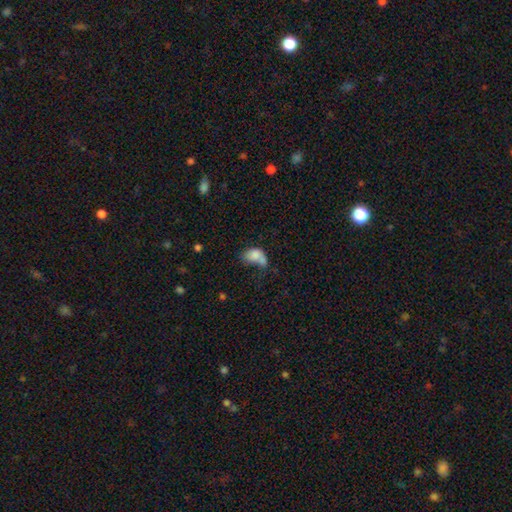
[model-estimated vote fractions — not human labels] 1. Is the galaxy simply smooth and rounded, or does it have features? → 75% smooth, 15% featured or disk, 10% star or artifact.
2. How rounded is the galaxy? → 83% in between, 15% round, 2% cigar-shaped.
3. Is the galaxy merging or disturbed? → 33% merger, 25% major disturbance, 21% none, 20% minor disturbance.